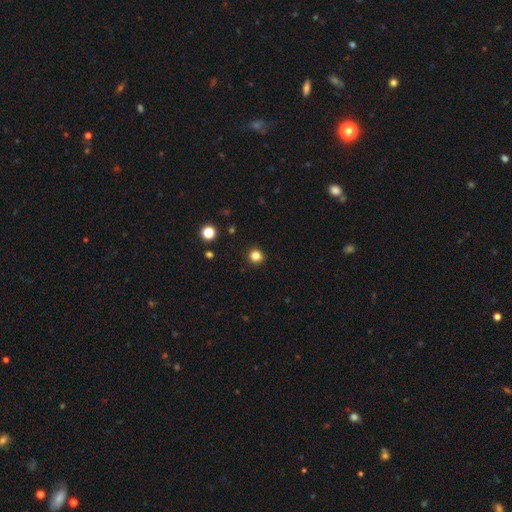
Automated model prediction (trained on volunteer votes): The model was most divided on "smooth or featured": smooth: 83%, star or artifact: 14%, featured or disk: 4%. More confident: merging — none (92%); how rounded — round (92%).